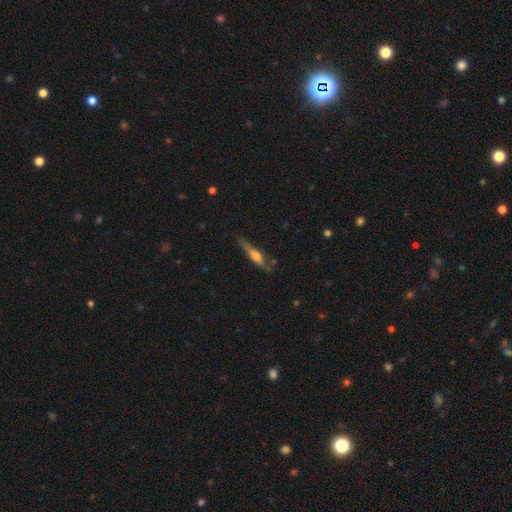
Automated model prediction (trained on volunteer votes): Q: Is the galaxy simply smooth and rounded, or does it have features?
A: featured or disk — 54%.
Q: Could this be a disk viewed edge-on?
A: yes — 91%.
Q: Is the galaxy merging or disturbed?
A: none — 65%.